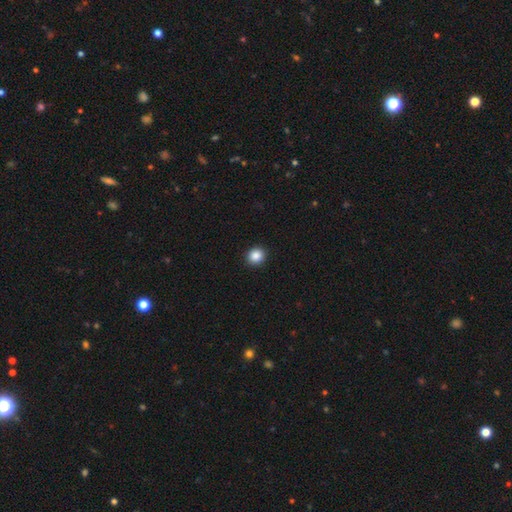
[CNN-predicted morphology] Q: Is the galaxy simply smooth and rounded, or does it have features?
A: smooth — 87%.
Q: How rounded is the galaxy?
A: round — 86%.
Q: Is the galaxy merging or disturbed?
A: none — 93%.